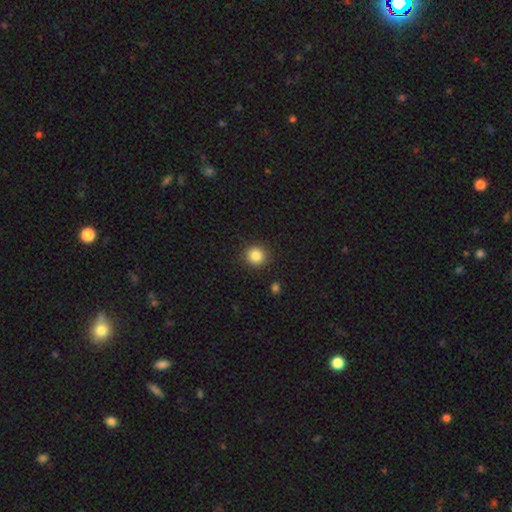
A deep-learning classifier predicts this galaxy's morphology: This appears to be a smooth galaxy with no disk features (85%) that is round (91%). Merging: none (90%).